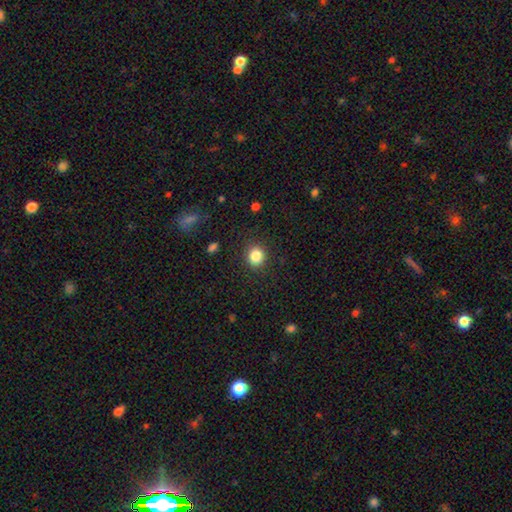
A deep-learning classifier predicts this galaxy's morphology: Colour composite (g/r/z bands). It shows a smooth galaxy with no disk features (85%) that is round (80%). Merging: none (89%).